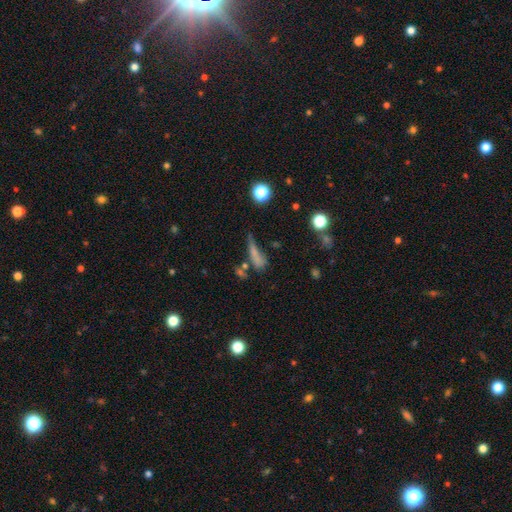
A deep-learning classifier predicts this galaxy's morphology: A smooth galaxy with no disk features (60%) that is cigar-shaped (69%). Merging: none (40%).